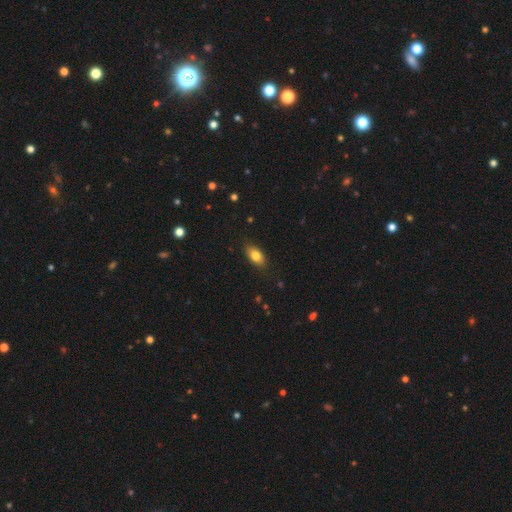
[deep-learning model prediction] This appears to be a smooth galaxy with no disk features (81%) that is in between round and cigar-shaped (88%). Merging: none (84%).